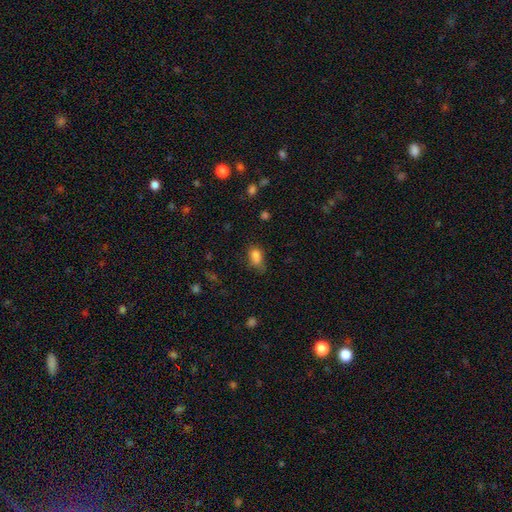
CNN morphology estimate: Smooth or featured? smooth (79%)
How rounded? in between (76%)
Merging? none (42%)